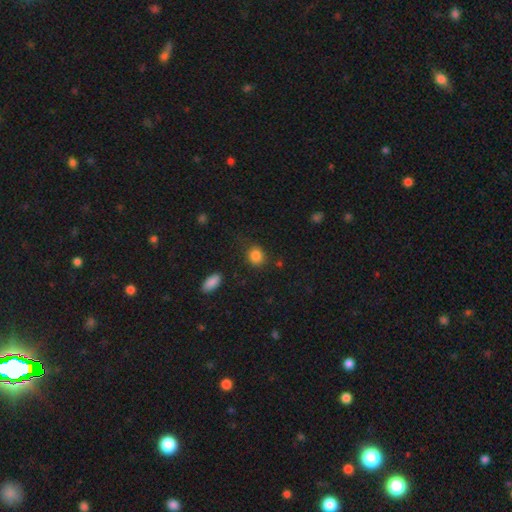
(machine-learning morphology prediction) Q: Smooth or featured?
A: smooth (86%); runner-up: star or artifact (10%)
Q: How rounded?
A: round (71%); runner-up: in between (27%)
Q: Merging?
A: none (82%); runner-up: minor disturbance (12%)